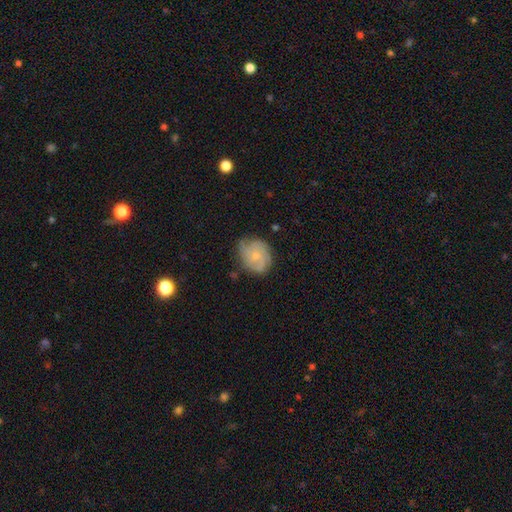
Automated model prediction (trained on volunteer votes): A featured or disk galaxy (68%) with no bar (77%), 3 (35%) tight (49%) spiral arms (92%) and a small central bulge (67%). Merging: none (69%).